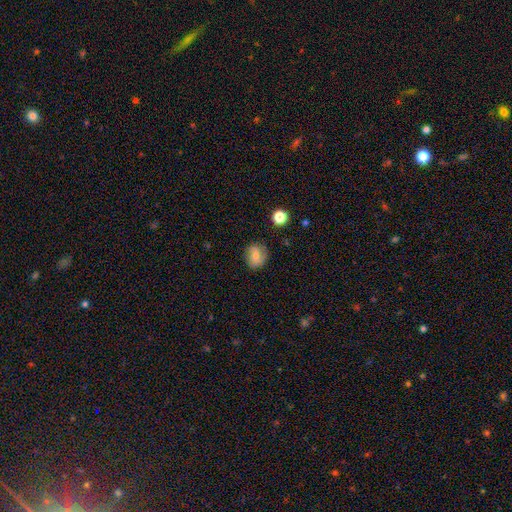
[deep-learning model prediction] Overall: smooth (59%; featured or disk 31%). How rounded: round (73%). Merging: none (77%).